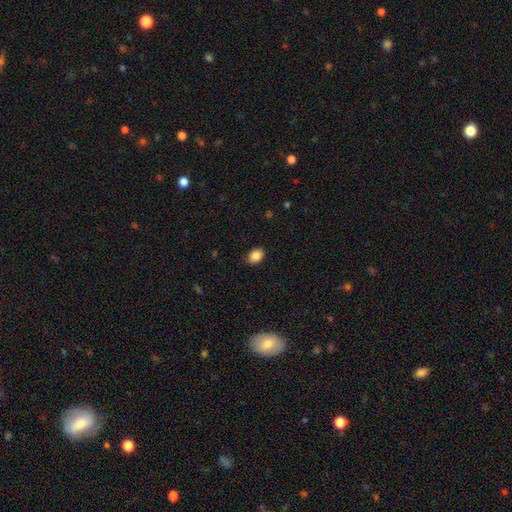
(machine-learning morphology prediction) Q: Smooth or featured?
A: smooth (87%); runner-up: star or artifact (9%)
Q: How rounded?
A: in between (73%); runner-up: round (26%)
Q: Merging?
A: none (87%); runner-up: minor disturbance (10%)